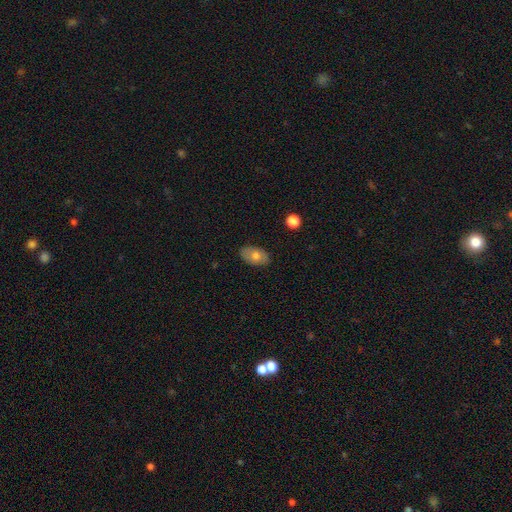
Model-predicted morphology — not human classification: smooth_or_featured: smooth (p=0.67) [alt: featured or disk p=0.26]
how_rounded: in between (p=0.89) [alt: round p=0.09]
merging: none (p=0.84) [alt: minor disturbance p=0.12]